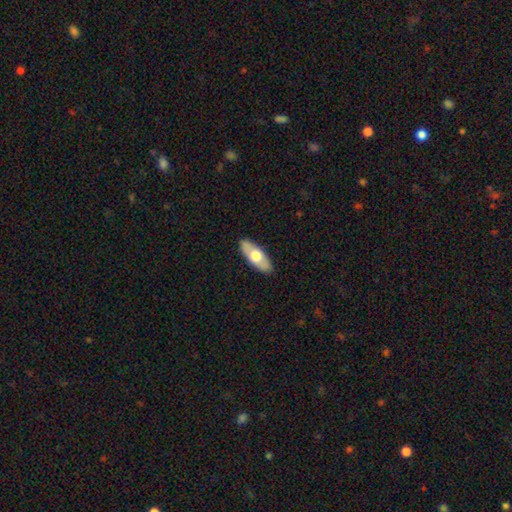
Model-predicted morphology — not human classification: This is possibly a smooth galaxy (57%). How rounded: likely in between (76%). Merging: clearly none (88%).